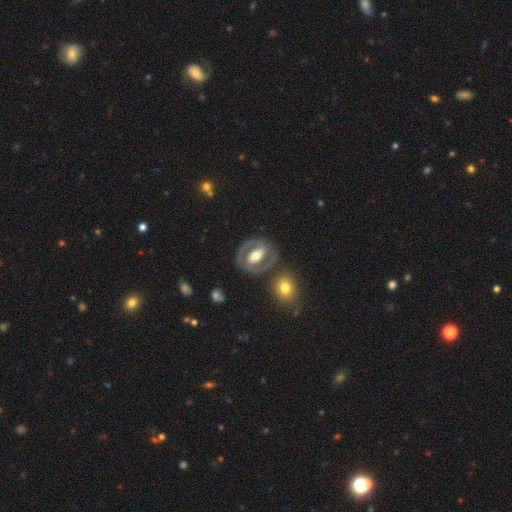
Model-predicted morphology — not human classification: Q: Smooth or featured?
A: featured or disk (76%); runner-up: smooth (19%)
Q: Edge-on disk?
A: no (96%); runner-up: yes (4%)
Q: Bar?
A: strong (45%); runner-up: weak (31%)
Q: Spiral arms?
A: yes (68%); runner-up: no (32%)
Q: Bulge size?
A: moderate (68%); runner-up: large (17%)
Q: Merging?
A: none (77%); runner-up: minor disturbance (12%)